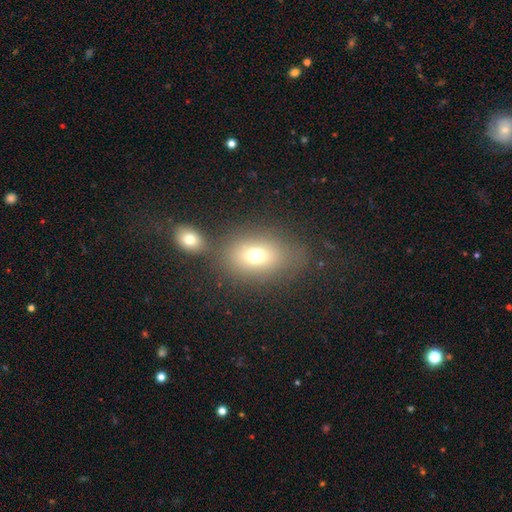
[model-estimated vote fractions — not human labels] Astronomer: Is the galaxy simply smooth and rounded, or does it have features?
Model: smooth — 72%.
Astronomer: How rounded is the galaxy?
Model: in between — 65%.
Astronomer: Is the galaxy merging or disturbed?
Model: none — 58%.